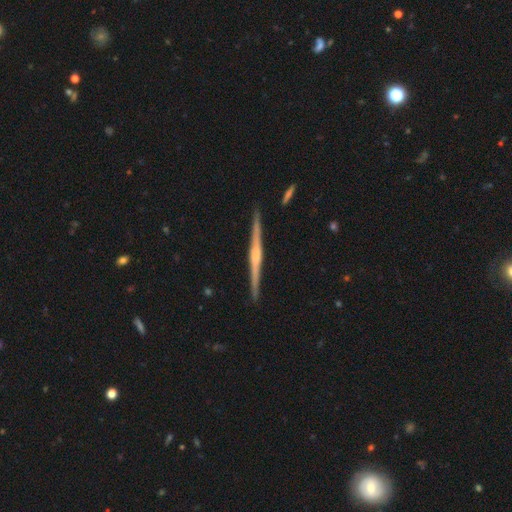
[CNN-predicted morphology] Smooth or featured? featured or disk (81%)
Edge-on disk? yes (99%)
Edge-on bulge? rounded (55%)
Merging? none (92%)